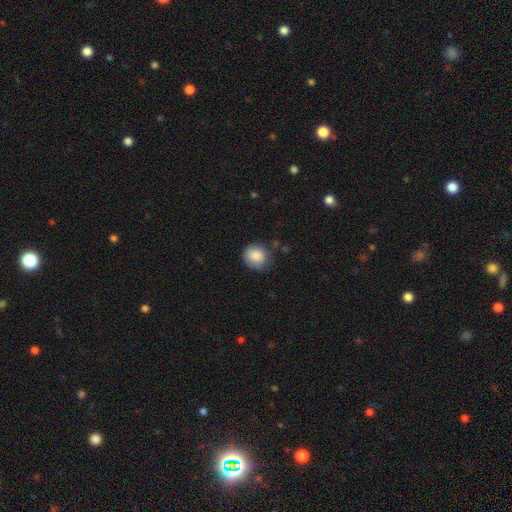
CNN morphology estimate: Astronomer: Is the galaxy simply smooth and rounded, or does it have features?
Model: smooth — 87%.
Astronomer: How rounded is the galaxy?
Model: round — 79%.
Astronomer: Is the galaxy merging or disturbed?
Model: none — 69%.